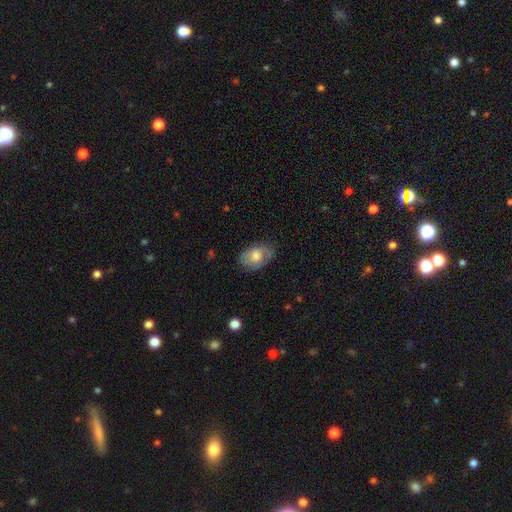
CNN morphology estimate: type=smooth (61%); roundness=in between (87%); merging=none (67%).